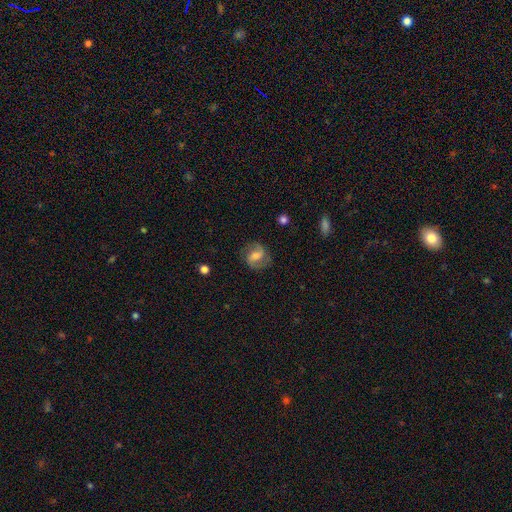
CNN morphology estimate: type=featured or disk (64%); edge-on=no (97%); bar=weak (48%); spiral arms=yes (90%); winding=medium (48%); arm count=2 (86%); bulge=moderate (52%); merging=none (78%).